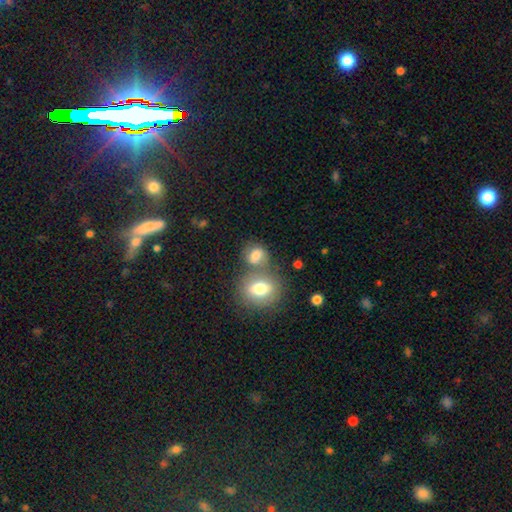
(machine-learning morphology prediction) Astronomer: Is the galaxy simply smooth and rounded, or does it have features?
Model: smooth — 74%.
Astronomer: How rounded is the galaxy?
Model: round — 52% (runner-up: in between, 46%).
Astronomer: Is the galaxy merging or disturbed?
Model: merger — 46% (runner-up: none, 39%).